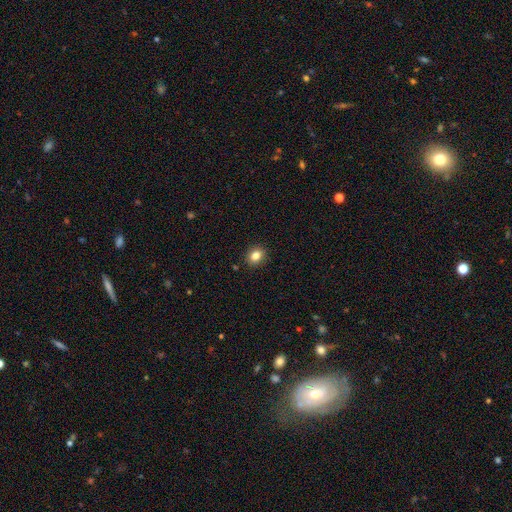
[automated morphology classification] This appears to be a smooth galaxy with no disk features (84%) that is round (52%). Merging: none (90%).